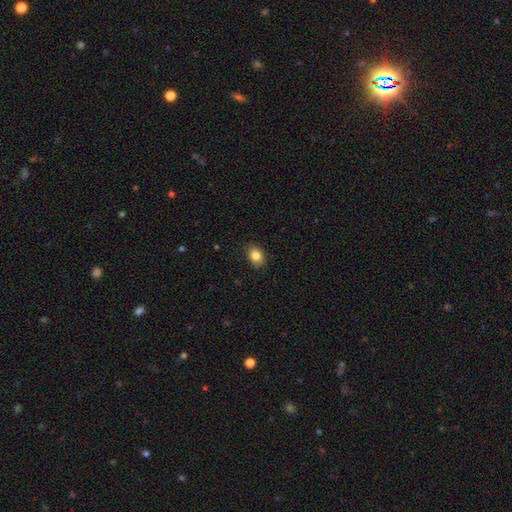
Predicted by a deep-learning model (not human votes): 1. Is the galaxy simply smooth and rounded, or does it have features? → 84% smooth, 9% star or artifact, 7% featured or disk.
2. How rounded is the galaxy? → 73% in between, 26% round, 1% cigar-shaped.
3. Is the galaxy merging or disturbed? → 85% none, 12% minor disturbance, 2% major disturbance, 1% merger.